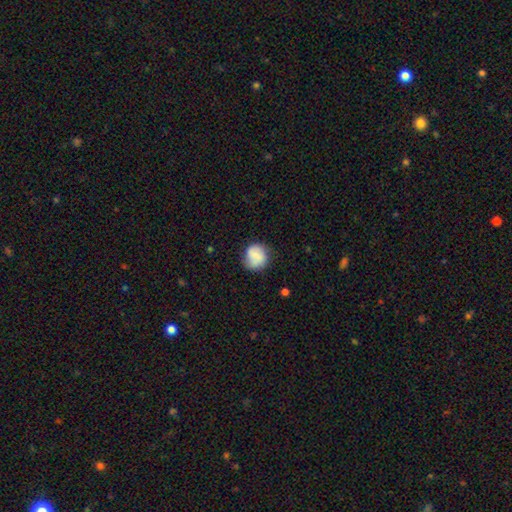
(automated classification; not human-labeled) The model was most divided on "smooth or featured": smooth: 62%, featured or disk: 30%, star or artifact: 8%. More confident: how rounded — round (85%); merging — none (72%).